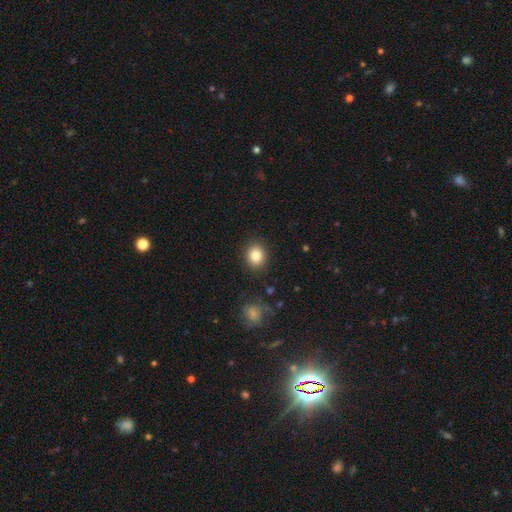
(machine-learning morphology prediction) Smooth or featured? Predicted: smooth (p=0.84). How rounded? Predicted: round (p=0.72). Merging? Predicted: none (p=0.88).